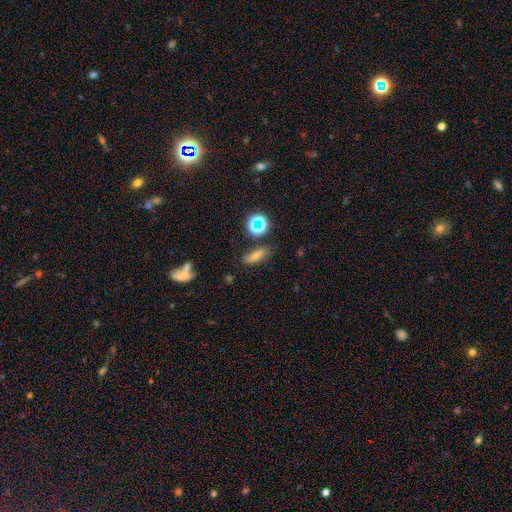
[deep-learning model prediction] This appears to be a smooth galaxy with no disk features (50%). Merging: none (75%).